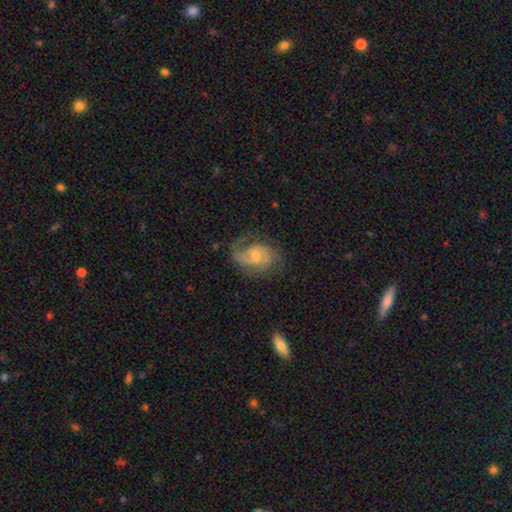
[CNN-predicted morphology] Overall: featured or disk (78%). Edge-on disk: no (97%). Bar: no (52%; weak 41%). Spiral arms: yes (94%). Spiral arm count: 2 (63%). Spiral winding: medium (49%; tight 27%). Bulge size: moderate (48%; small 44%). Merging: none (62%).